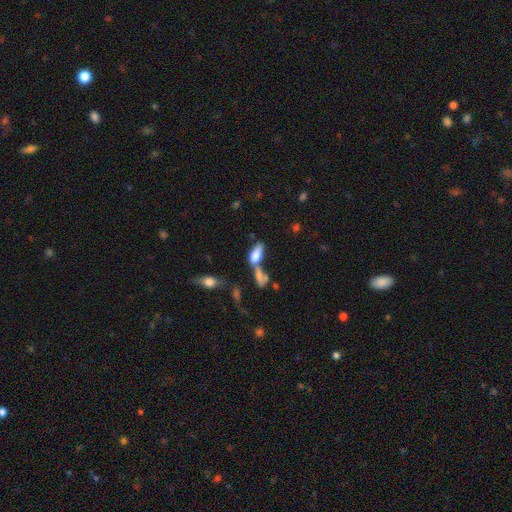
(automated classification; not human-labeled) A smooth galaxy with no disk features (73%) that is in between round and cigar-shaped (80%). Merging: merger (50%).